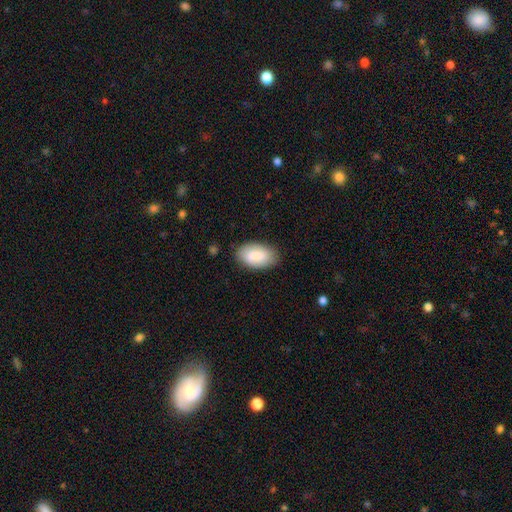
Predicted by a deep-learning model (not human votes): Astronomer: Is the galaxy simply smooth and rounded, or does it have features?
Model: smooth — 83%.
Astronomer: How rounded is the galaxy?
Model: in between — 95%.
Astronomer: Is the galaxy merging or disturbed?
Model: none — 81%.